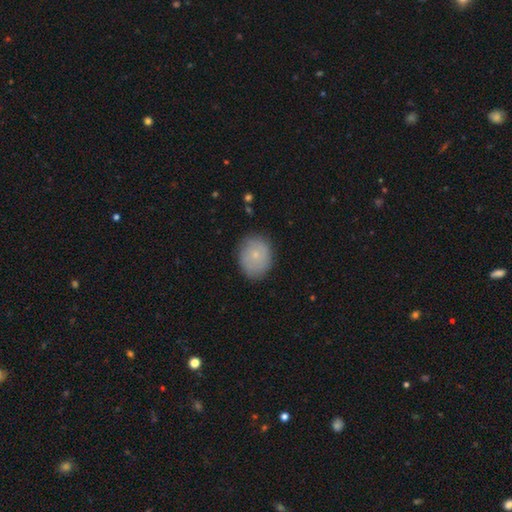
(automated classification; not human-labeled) Smooth or featured?
  - smooth: 69% *
  - featured or disk: 23%
  - star or artifact: 8%
How rounded?
  - round: 56% *
  - in between: 43%
  - cigar-shaped: 1%
Merging?
  - none: 81% *
  - minor disturbance: 14%
  - major disturbance: 3%
  - merger: 1%